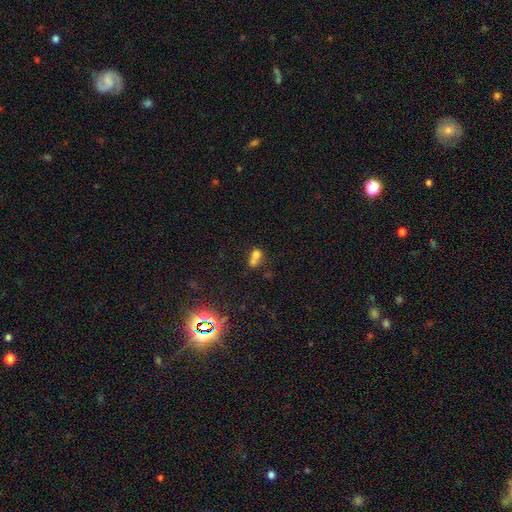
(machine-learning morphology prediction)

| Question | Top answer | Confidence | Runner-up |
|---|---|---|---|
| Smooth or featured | smooth | 66% | featured or disk (18%) |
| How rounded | round | 58% | in between (40%) |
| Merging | merger | 65% | none (23%) |